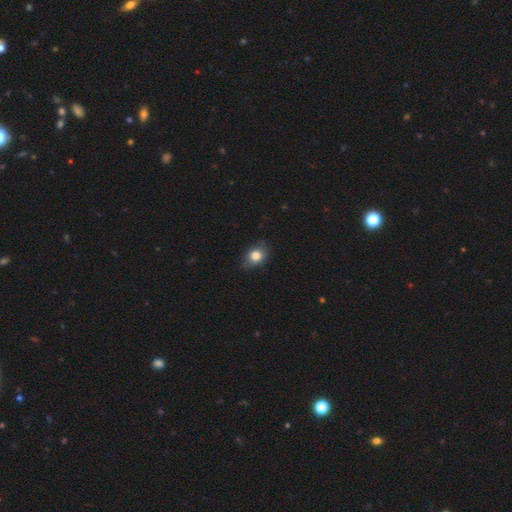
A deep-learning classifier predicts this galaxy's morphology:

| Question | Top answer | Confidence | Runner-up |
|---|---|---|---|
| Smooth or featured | smooth | 81% | featured or disk (11%) |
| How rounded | in between | 60% | round (39%) |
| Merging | none | 70% | minor disturbance (24%) |